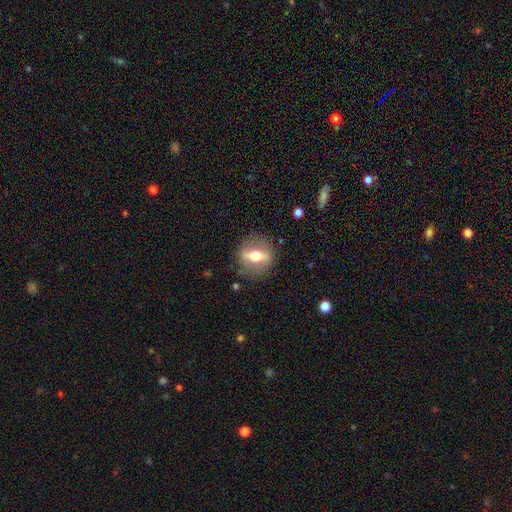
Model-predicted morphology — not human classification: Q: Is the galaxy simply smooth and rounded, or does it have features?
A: featured or disk — 60%.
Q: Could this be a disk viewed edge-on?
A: yes — 51%.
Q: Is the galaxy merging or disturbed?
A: none — 83%.